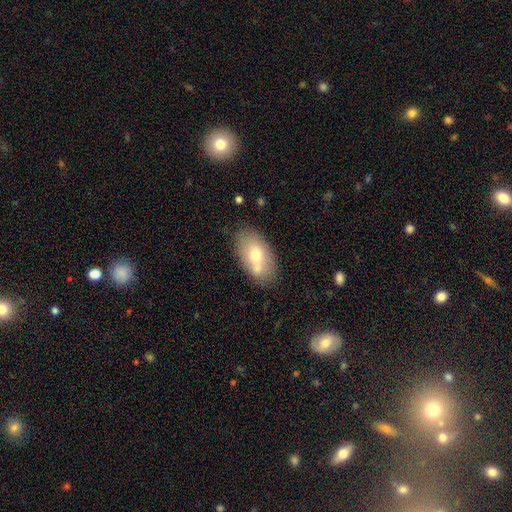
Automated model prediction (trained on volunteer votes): Q: Smooth or featured?
A: smooth (64%); runner-up: featured or disk (28%)
Q: How rounded?
A: in between (92%); runner-up: round (6%)
Q: Merging?
A: none (64%); runner-up: merger (18%)